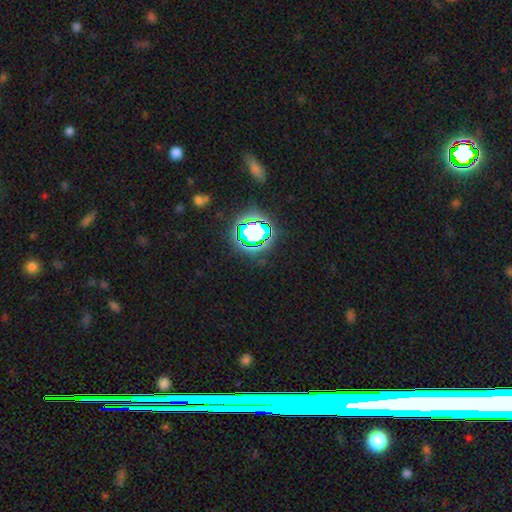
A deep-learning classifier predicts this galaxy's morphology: Smooth or featured: star or artifact — 73% (smooth — 15%)